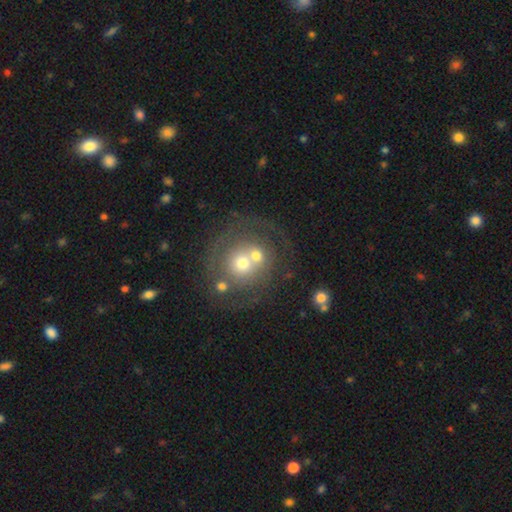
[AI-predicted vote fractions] featured or disk 48%, smooth 40%, star or artifact 12%. Down the decision tree: merging — none (43%).